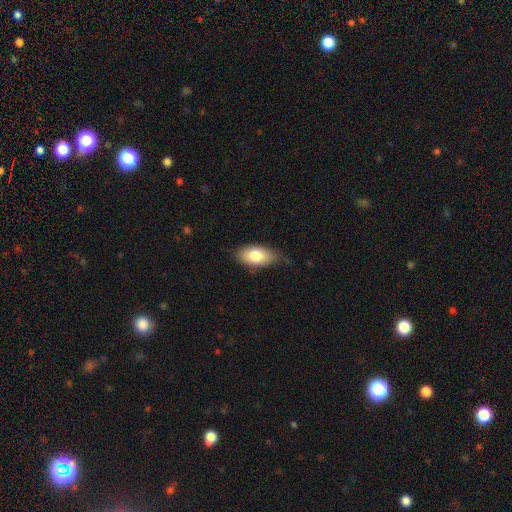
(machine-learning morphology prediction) A smooth galaxy with no disk features (78%) that is in between round and cigar-shaped (91%). Merging: none (61%).